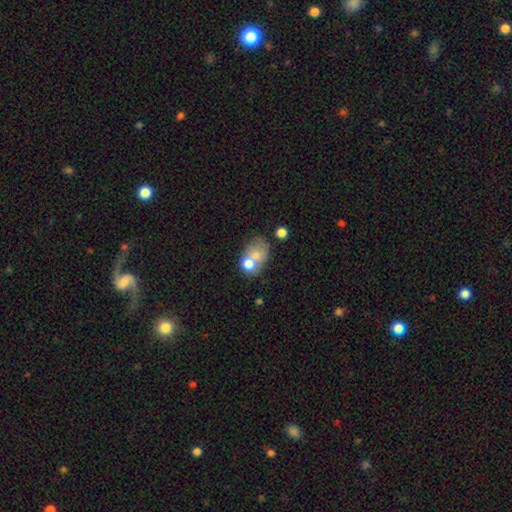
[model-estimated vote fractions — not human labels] smooth 66%, featured or disk 24%, star or artifact 10%. Down the decision tree: how rounded — in between (59%); merging — merger (57%).